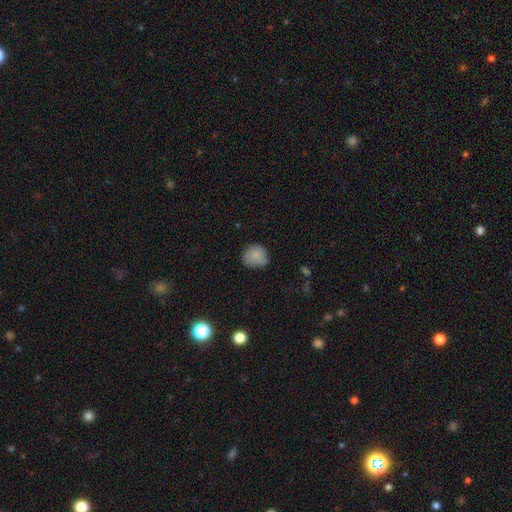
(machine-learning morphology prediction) Smooth or featured? smooth (80%)
How rounded? round (83%)
Merging? none (67%)